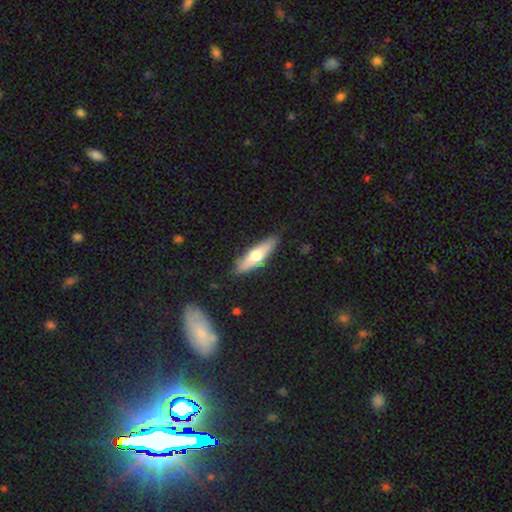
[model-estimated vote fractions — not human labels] The model was most divided on "smooth or featured": smooth: 55%, featured or disk: 39%, star or artifact: 6%. More confident: merging — none (86%); how rounded — cigar-shaped (64%).